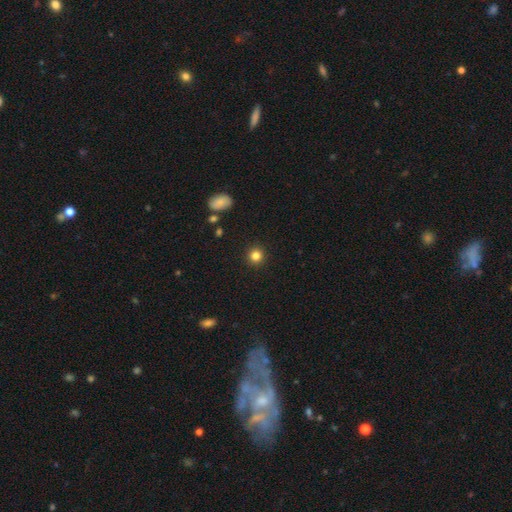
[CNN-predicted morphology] This appears to be a smooth galaxy with no disk features (82%) that is round (93%). Merging: none (92%).